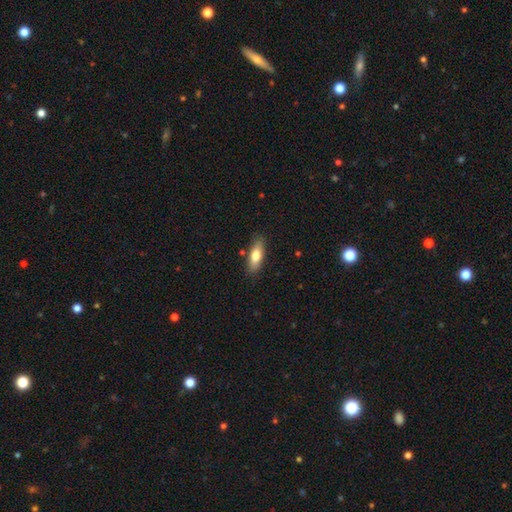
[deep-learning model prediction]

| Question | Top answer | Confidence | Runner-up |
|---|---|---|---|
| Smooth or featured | smooth | 75% | featured or disk (19%) |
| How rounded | in between | 70% | cigar-shaped (28%) |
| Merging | none | 82% | minor disturbance (13%) |